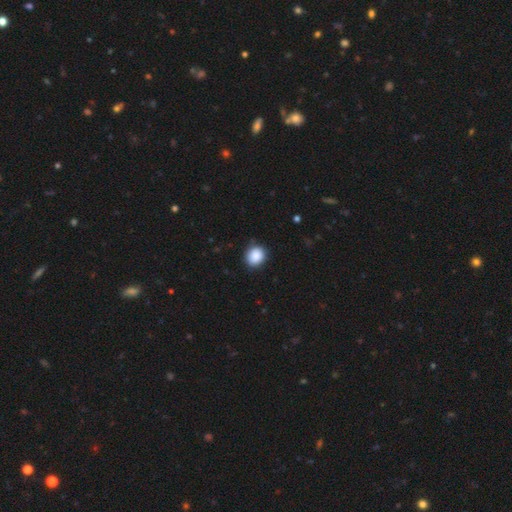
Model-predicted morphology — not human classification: Smooth or featured? smooth (88%)
How rounded? round (77%)
Merging? none (84%)